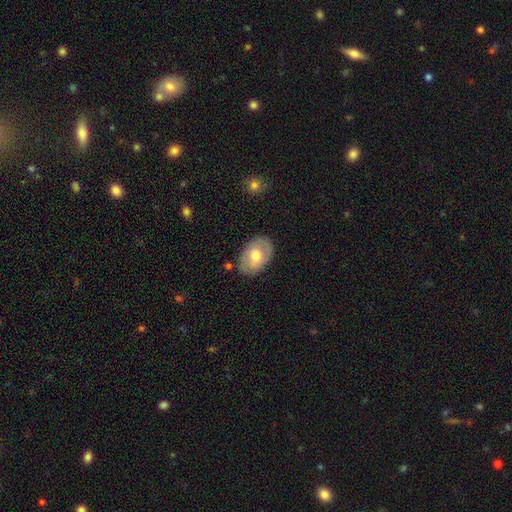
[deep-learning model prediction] This appears to be a smooth galaxy with no disk features (59%) that is in between round and cigar-shaped (85%). Merging: none (81%).